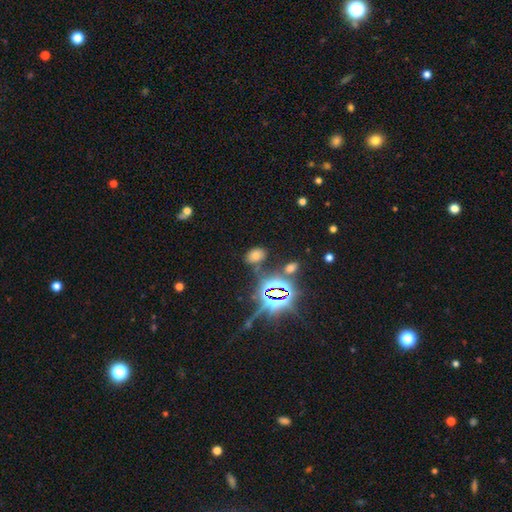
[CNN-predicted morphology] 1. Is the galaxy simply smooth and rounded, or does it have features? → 54% smooth, 37% star or artifact, 9% featured or disk.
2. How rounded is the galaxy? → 84% in between, 15% round, 2% cigar-shaped.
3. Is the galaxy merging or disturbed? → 72% none, 15% minor disturbance, 7% merger, 6% major disturbance.